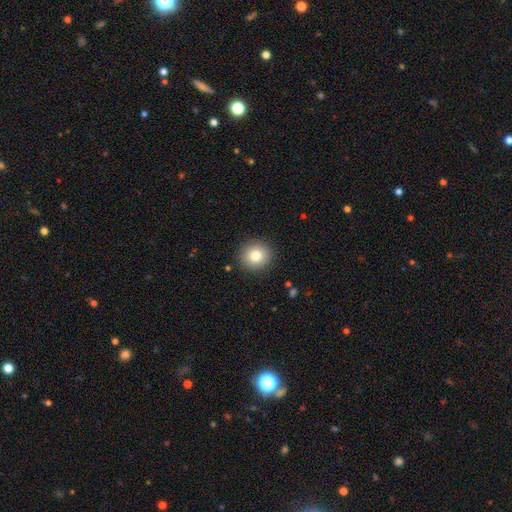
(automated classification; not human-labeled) Overall: smooth (81%). How rounded: round (92%). Merging: none (91%).